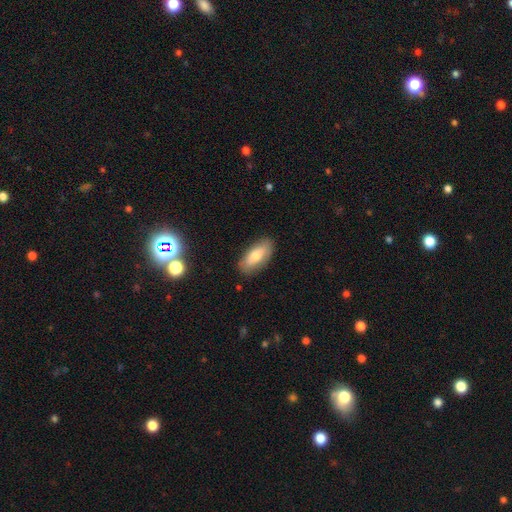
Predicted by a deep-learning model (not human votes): Q: Smooth or featured?
A: smooth (70%); runner-up: featured or disk (22%)
Q: How rounded?
A: in between (84%); runner-up: cigar-shaped (13%)
Q: Merging?
A: none (85%); runner-up: minor disturbance (11%)